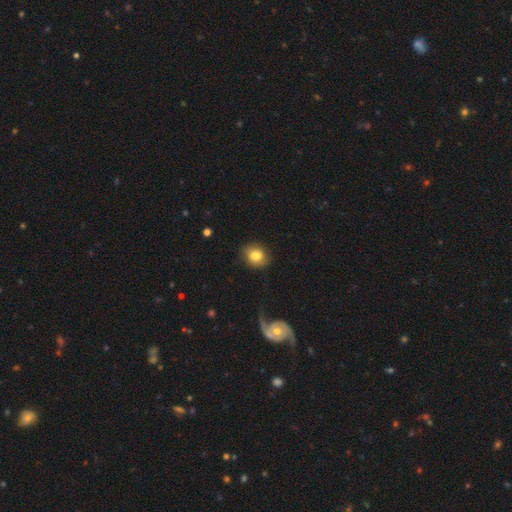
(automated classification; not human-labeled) Smooth or featured?
  - smooth: 81% *
  - featured or disk: 11%
  - star or artifact: 8%
How rounded?
  - round: 72% *
  - in between: 27%
  - cigar-shaped: 1%
Merging?
  - none: 83% *
  - minor disturbance: 11%
  - major disturbance: 4%
  - merger: 2%